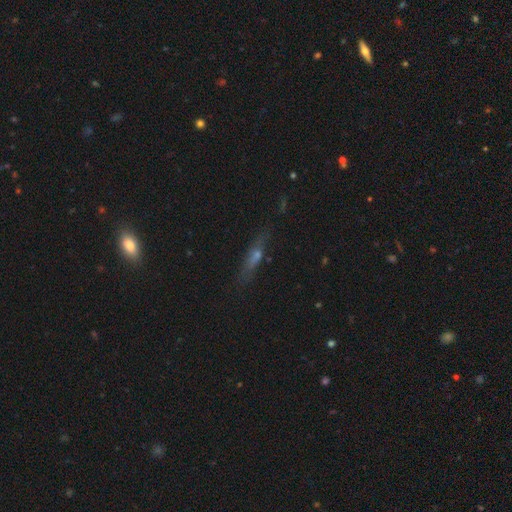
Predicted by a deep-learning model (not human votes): featured or disk 48%, smooth 34%, star or artifact 18%. Down the decision tree: merging — none (78%).